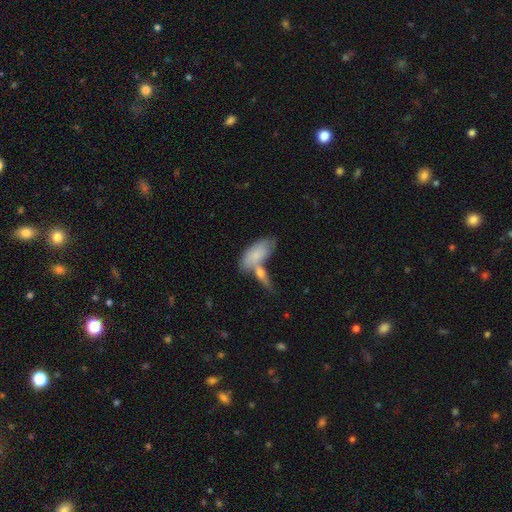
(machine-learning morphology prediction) A smooth galaxy with no disk features (72%) that is in between round and cigar-shaped (83%). Merging: merger (43%).